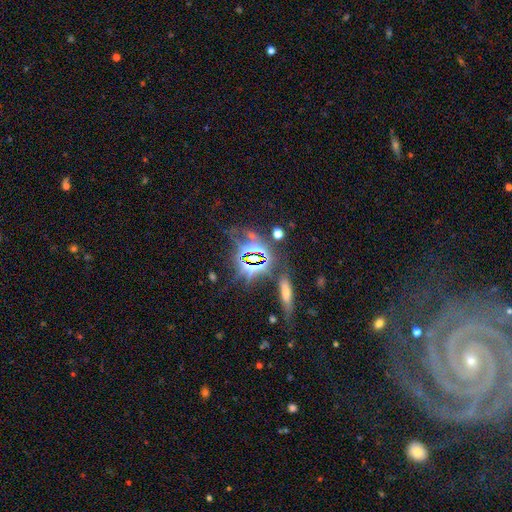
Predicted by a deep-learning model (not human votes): Smooth or featured: star or artifact — 63% (featured or disk — 22%)